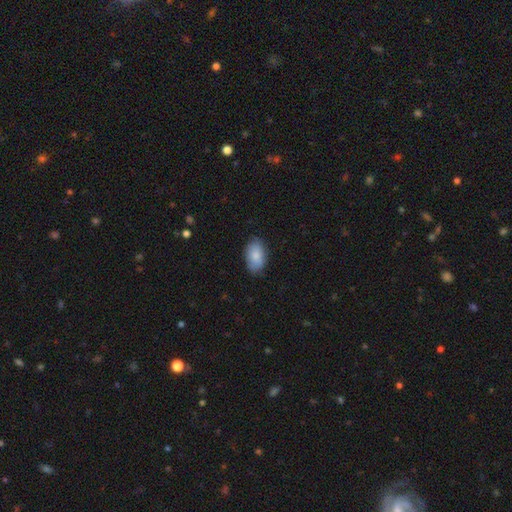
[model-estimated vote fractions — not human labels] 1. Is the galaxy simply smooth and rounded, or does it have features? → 85% smooth, 9% featured or disk, 6% star or artifact.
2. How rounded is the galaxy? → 93% in between, 6% round, 2% cigar-shaped.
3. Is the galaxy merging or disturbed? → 81% none, 15% minor disturbance, 3% major disturbance, 1% merger.